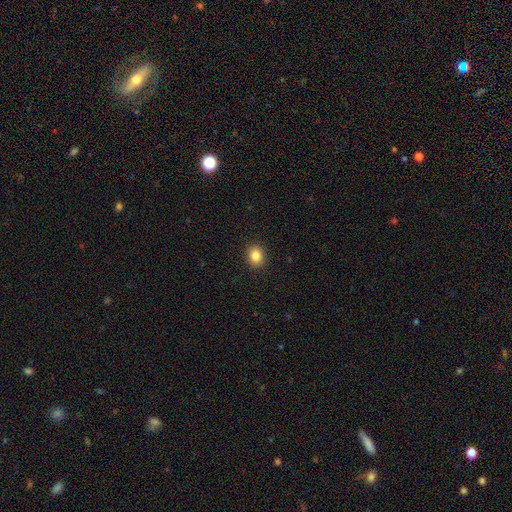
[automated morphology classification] smooth-or-featured: smooth: 85% | star or artifact: 10% | featured or disk: 5%
  how-rounded: round: 53% | in between: 46% | cigar-shaped: 1%
  merging: none: 91% | minor disturbance: 6% | major disturbance: 2% | merger: 1%